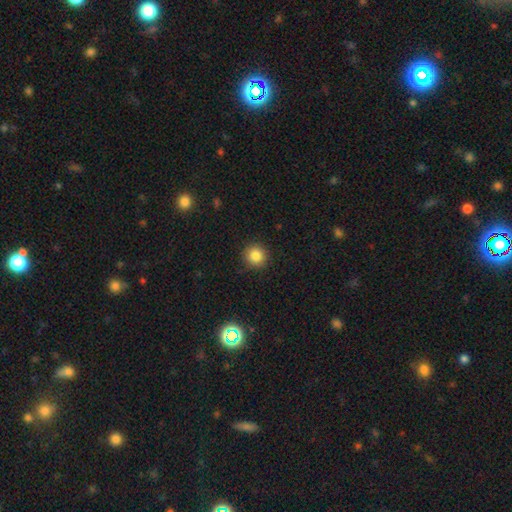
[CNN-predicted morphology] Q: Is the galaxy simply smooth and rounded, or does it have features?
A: smooth — 84%.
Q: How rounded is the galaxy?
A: round — 93%.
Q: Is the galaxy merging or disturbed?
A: none — 91%.